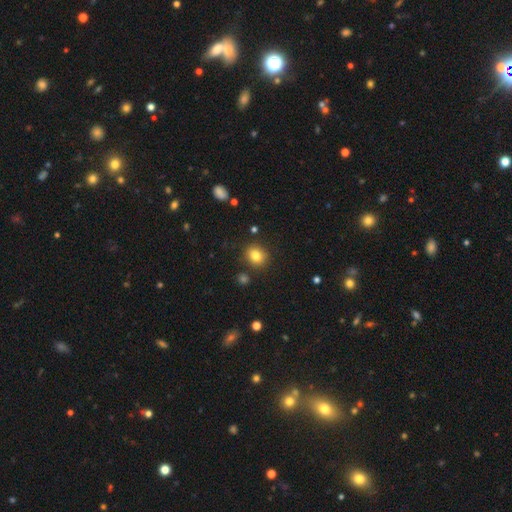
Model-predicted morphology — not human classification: Smooth or featured?
  - smooth: 81% *
  - star or artifact: 12%
  - featured or disk: 7%
How rounded?
  - round: 74% *
  - in between: 25%
  - cigar-shaped: 1%
Merging?
  - none: 86% *
  - minor disturbance: 8%
  - merger: 3%
  - major disturbance: 2%